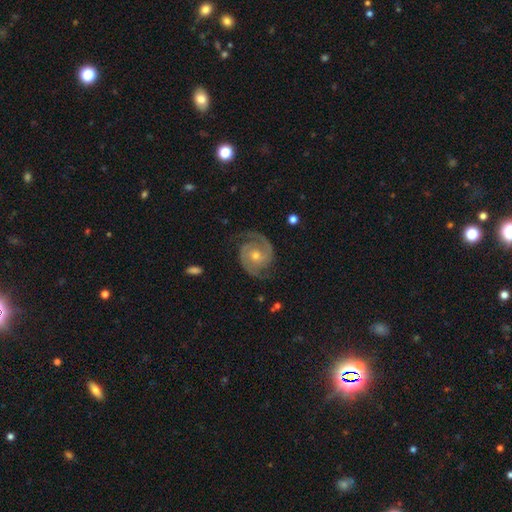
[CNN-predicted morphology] type=featured or disk (91%); edge-on=no (98%); bar=no (68%); spiral arms=yes (98%); winding=tight (46%, tied with medium); arm count=2 (92%); bulge=moderate (55%); merging=none (80%).